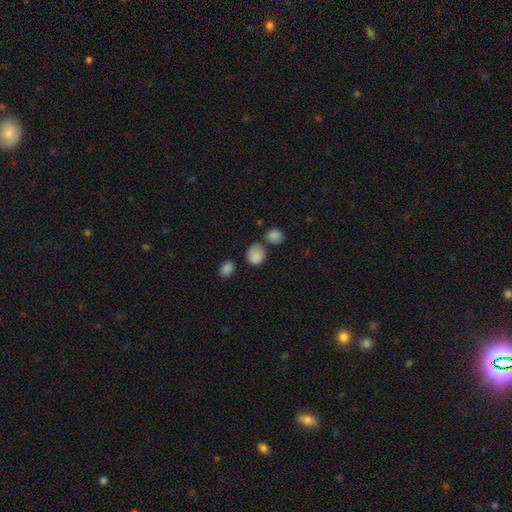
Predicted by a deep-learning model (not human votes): This is clearly a smooth galaxy (85%). How rounded: possibly round (53%). Merging: possibly none (60%).